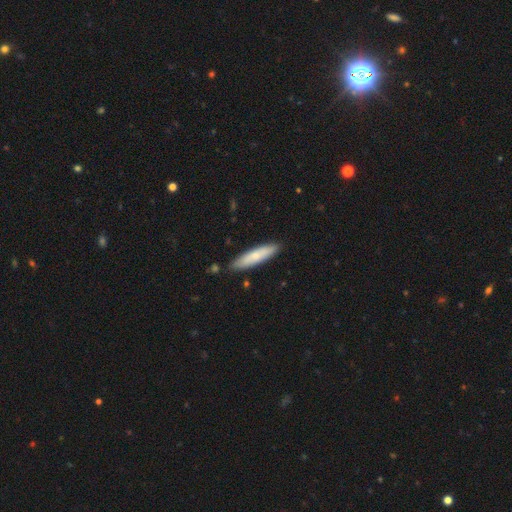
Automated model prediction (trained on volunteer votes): smooth_or_featured: smooth (p=0.71) [alt: featured or disk p=0.24]
how_rounded: cigar-shaped (p=0.80) [alt: in between p=0.18]
merging: none (p=0.86) [alt: minor disturbance p=0.11]